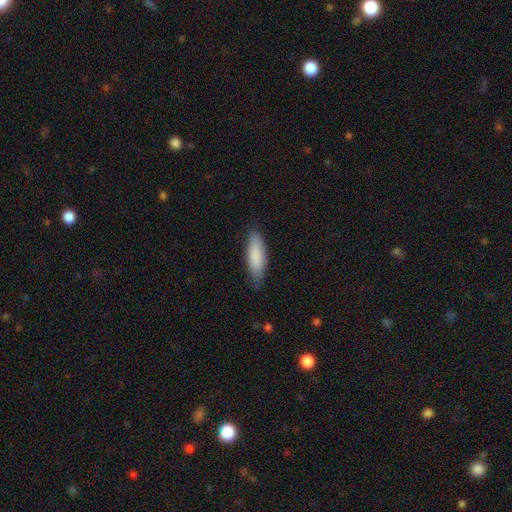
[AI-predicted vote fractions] Morphology: type=smooth (86%); roundness=in between (54%); merging=none (81%).